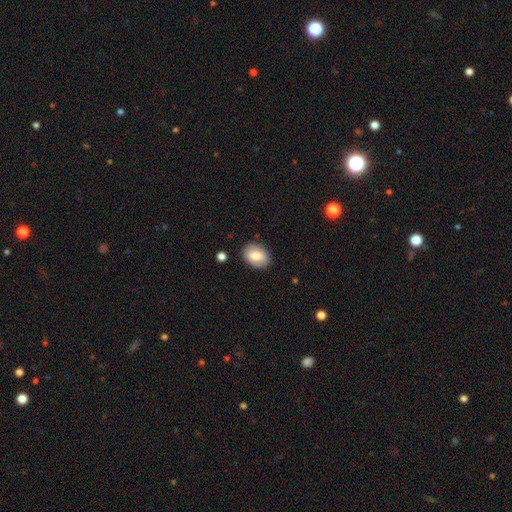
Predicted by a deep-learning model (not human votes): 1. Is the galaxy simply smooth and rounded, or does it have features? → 74% smooth, 19% featured or disk, 7% star or artifact.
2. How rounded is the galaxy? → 77% in between, 21% round, 1% cigar-shaped.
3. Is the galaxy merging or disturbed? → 80% none, 14% minor disturbance, 3% major disturbance, 2% merger.